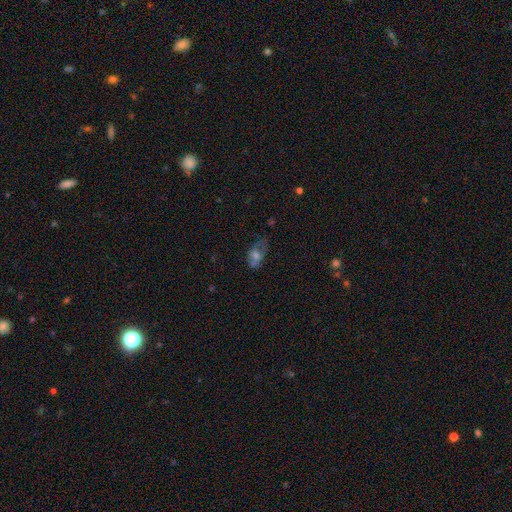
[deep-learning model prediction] Smooth or featured?
  - featured or disk: 42% * (tied)
  - smooth: 42% * (tied)
  - star or artifact: 16%
Merging?
  - none: 49% *
  - minor disturbance: 26%
  - major disturbance: 18%
  - merger: 6%